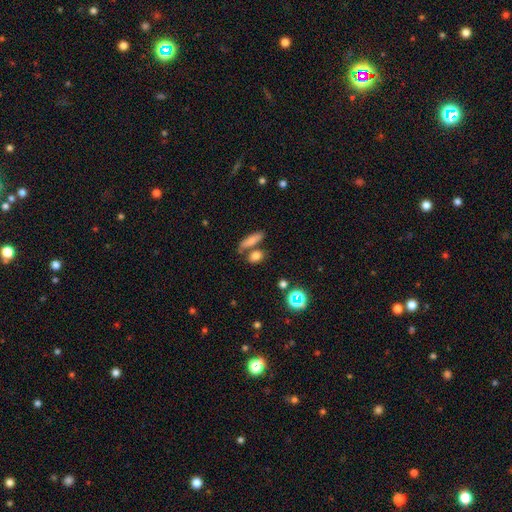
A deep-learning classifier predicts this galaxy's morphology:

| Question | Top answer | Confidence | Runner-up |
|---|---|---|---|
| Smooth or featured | smooth | 77% | star or artifact (13%) |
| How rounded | in between | 58% | cigar-shaped (22%) |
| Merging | none | 61% | merger (24%) |